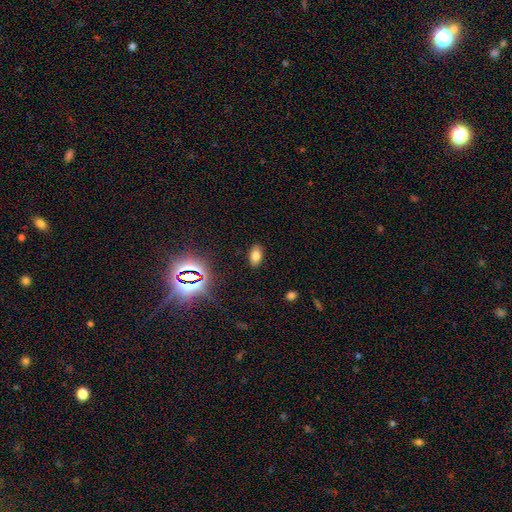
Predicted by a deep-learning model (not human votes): The model was most divided on "smooth or featured": smooth: 73%, star or artifact: 18%, featured or disk: 9%. More confident: how rounded — in between (91%); merging — none (88%).